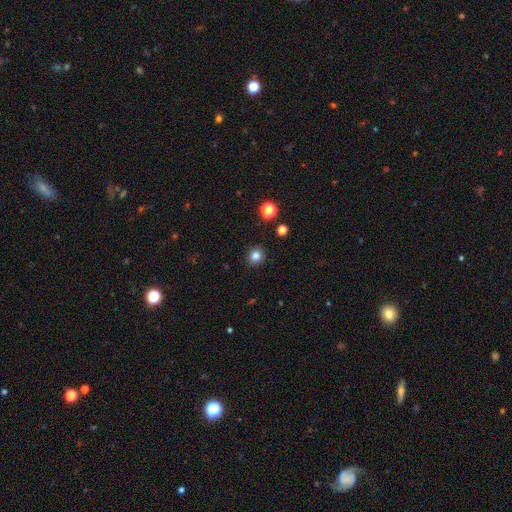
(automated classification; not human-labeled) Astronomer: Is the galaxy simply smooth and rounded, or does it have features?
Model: smooth — 82%.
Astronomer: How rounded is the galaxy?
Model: round — 80%.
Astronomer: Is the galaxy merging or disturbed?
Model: none — 91%.